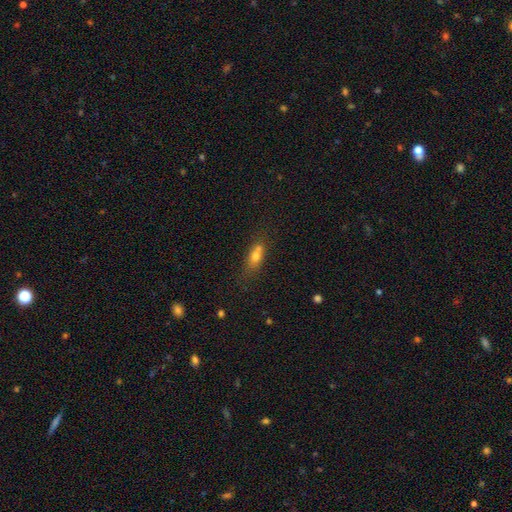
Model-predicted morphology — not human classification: A smooth galaxy with no disk features (68%) that is in between round and cigar-shaped (66%). Merging: none (45%).